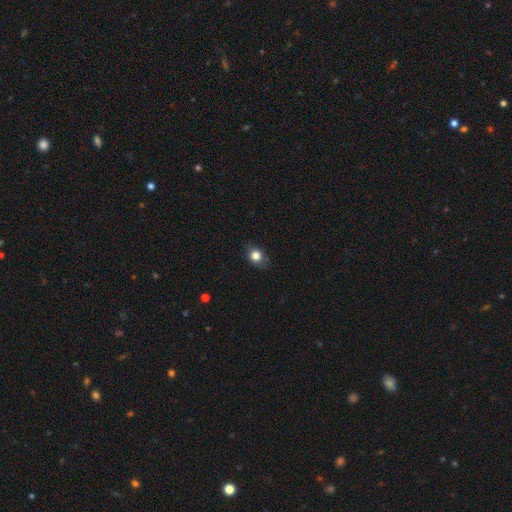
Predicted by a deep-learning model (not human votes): smooth-or-featured: smooth: 80% | star or artifact: 11% | featured or disk: 10%
  how-rounded: round: 56% | in between: 43% | cigar-shaped: 2%
  merging: none: 78% | minor disturbance: 17% | major disturbance: 4% | merger: 1%